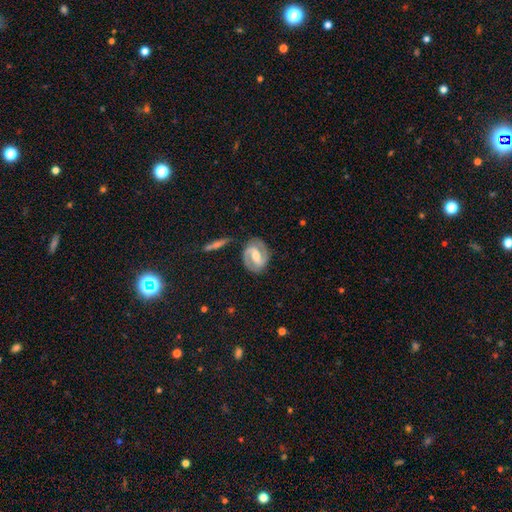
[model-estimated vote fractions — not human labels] This appears to be a featured or disk galaxy (86%) with a strong bar (47%), 2 (92%) medium (48%) spiral arms (95%) and a moderate central bulge (69%). Merging: none (83%).